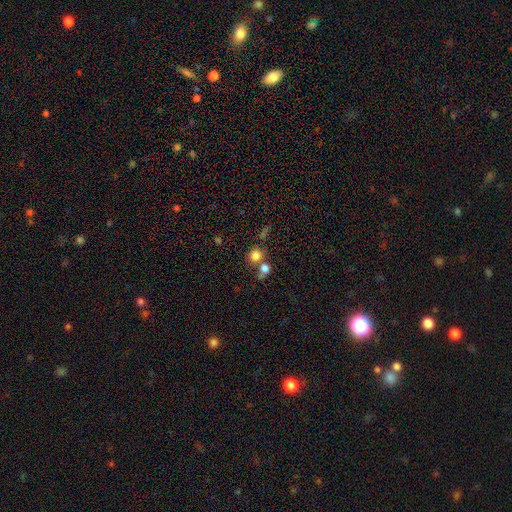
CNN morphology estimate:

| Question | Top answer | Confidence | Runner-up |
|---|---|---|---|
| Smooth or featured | smooth | 80% | star or artifact (12%) |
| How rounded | round | 83% | in between (16%) |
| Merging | none | 51% | merger (35%) |